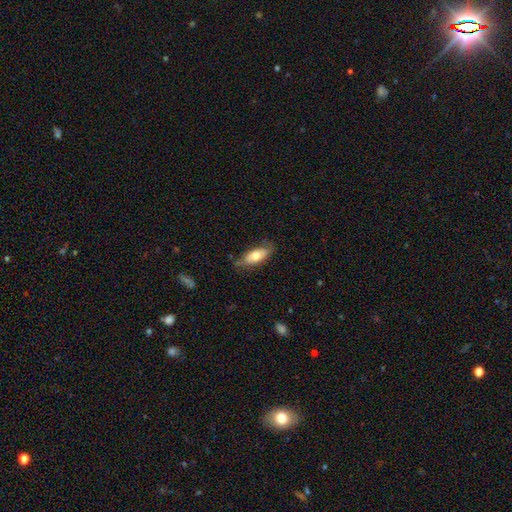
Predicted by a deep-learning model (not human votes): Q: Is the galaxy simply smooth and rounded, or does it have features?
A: smooth — 66%.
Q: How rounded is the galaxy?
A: in between — 83%.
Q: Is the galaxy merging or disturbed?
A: none — 67%.